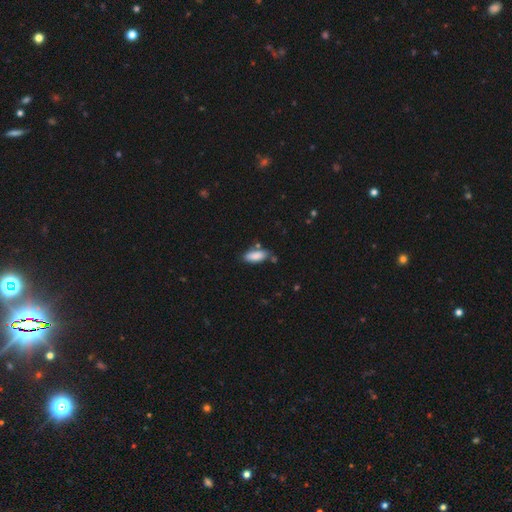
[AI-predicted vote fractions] Morphology: type=smooth (87%); roundness=in between (81%); merging=none (72%).